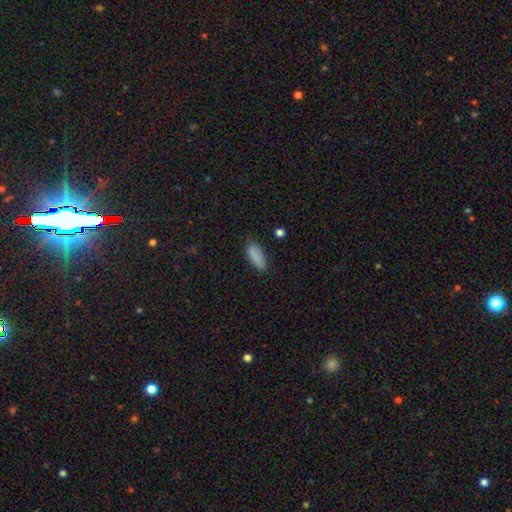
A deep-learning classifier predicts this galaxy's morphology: smooth 86%, star or artifact 8%, featured or disk 6%. Down the decision tree: how rounded — in between (71%); merging — none (74%).